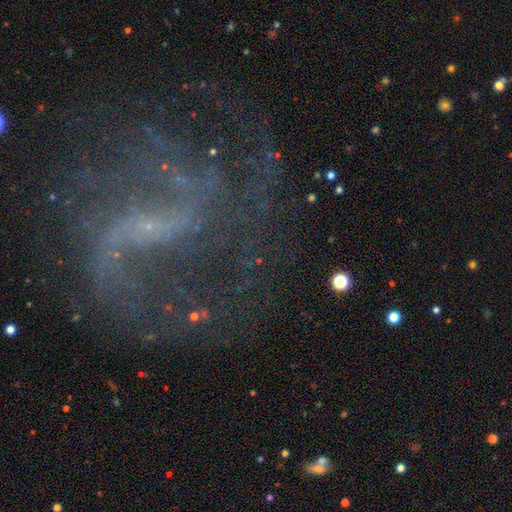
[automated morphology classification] Smooth or featured?
  - featured or disk: 84% *
  - star or artifact: 11%
  - smooth: 5%
Edge-on disk?
  - no: 97% *
  - yes: 3%
Bar?
  - weak: 45% *
  - no: 28%
  - strong: 27%
Spiral arms?
  - yes: 92% *
  - no: 8%
Spiral winding?
  - loose: 56% *
  - medium: 35%
  - tight: 9%
Spiral arm count?
  - 2: 71% *
  - can't tell: 10%
  - 3: 6%
  - 1: 5%
  - 4: 4%
  - more than 4: 4%
Bulge size?
  - small: 74% *
  - none: 18%
  - moderate: 6%
  - large: 1%
  - dominant: 1%
Merging?
  - none: 59% *
  - major disturbance: 21%
  - minor disturbance: 17%
  - merger: 3%